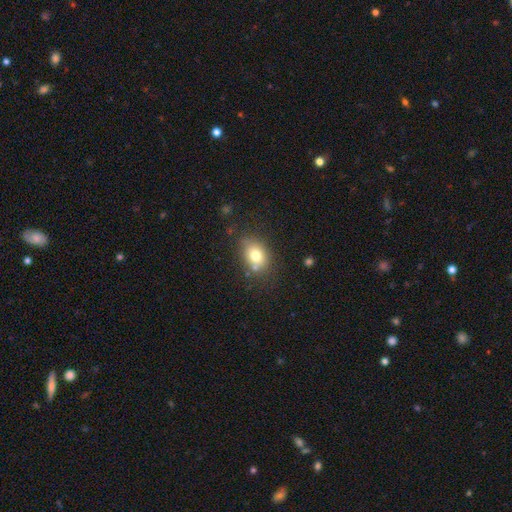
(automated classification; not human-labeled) smooth-or-featured: smooth: 76% | featured or disk: 13% | star or artifact: 11%
  how-rounded: in between: 66% | round: 32% | cigar-shaped: 1%
  merging: none: 72% | minor disturbance: 17% | merger: 6% | major disturbance: 5%